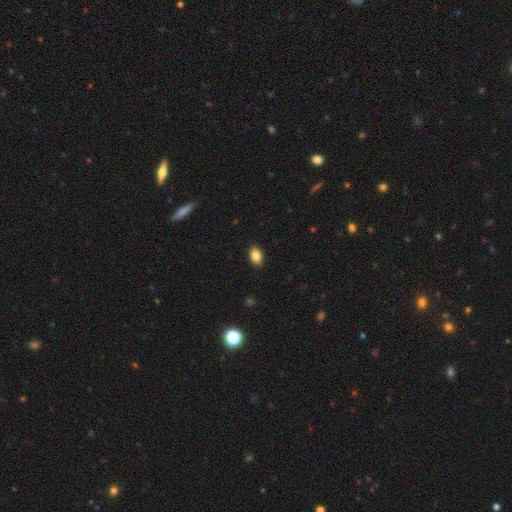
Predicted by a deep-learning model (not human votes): Smooth or featured? smooth (84%)
How rounded? in between (88%)
Merging? none (89%)